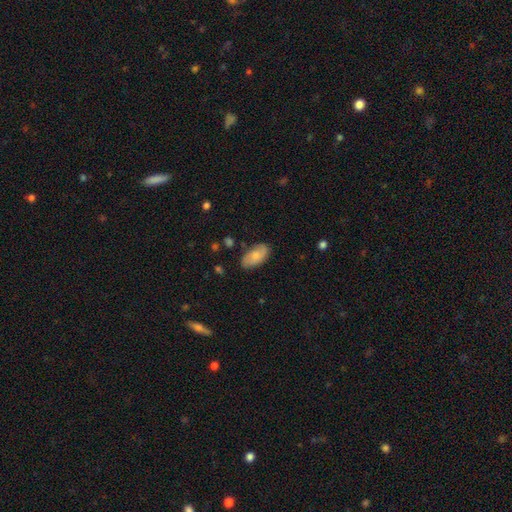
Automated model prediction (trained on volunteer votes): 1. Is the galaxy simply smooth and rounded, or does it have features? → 72% smooth, 21% featured or disk, 7% star or artifact.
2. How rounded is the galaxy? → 94% in between, 3% round, 3% cigar-shaped.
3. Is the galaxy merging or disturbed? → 78% none, 17% minor disturbance, 3% major disturbance, 2% merger.